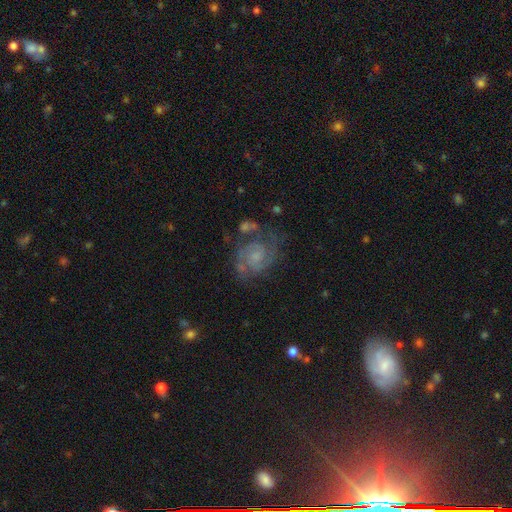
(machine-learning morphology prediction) featured or disk 81%, smooth 11%, star or artifact 8%. Down the decision tree: edge-on disk — no (98%); bar — no (64%); spiral arms — yes (94%); spiral arm count — 2 (75%); spiral winding — medium (48%); bulge size — small (51%); merging — none (61%).